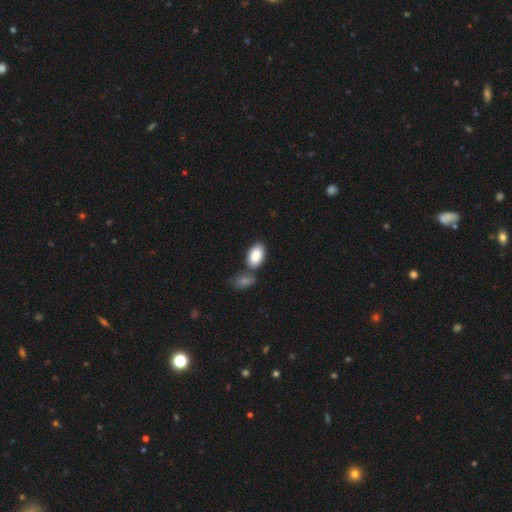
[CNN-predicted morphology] smooth 86%, featured or disk 8%, star or artifact 6%. Down the decision tree: how rounded — in between (94%); merging — none (61%).